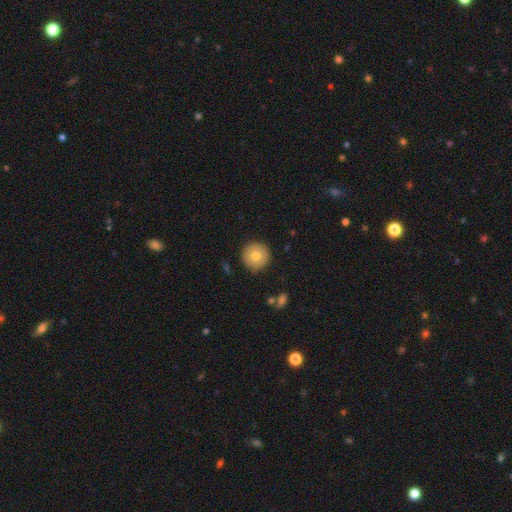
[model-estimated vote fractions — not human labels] Overall: smooth (76%). How rounded: round (96%). Merging: none (90%).